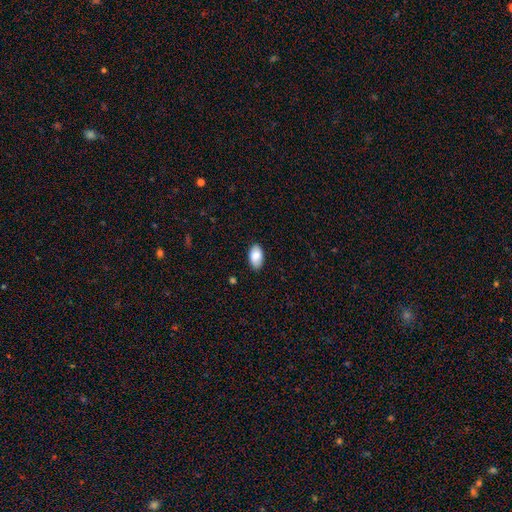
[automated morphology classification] Smooth or featured? smooth (86%)
How rounded? in between (95%)
Merging? none (85%)